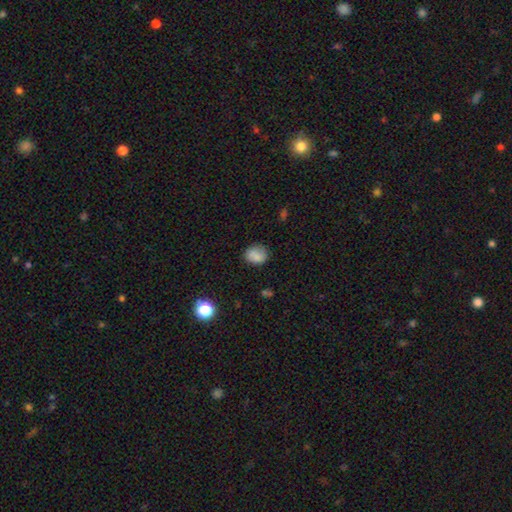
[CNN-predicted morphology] smooth 82%, star or artifact 10%, featured or disk 8%. Down the decision tree: how rounded — round (59%); merging — none (77%).